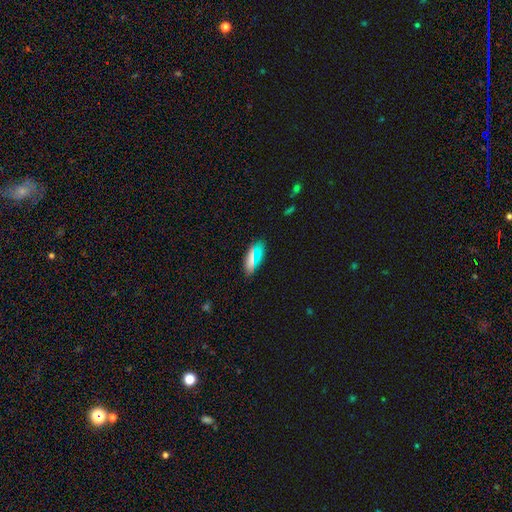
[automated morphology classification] Smooth or featured?
  - smooth: 73% *
  - star or artifact: 16%
  - featured or disk: 12%
How rounded?
  - in between: 74% *
  - cigar-shaped: 22%
  - round: 4%
Merging?
  - none: 84% *
  - minor disturbance: 12%
  - major disturbance: 3%
  - merger: 2%